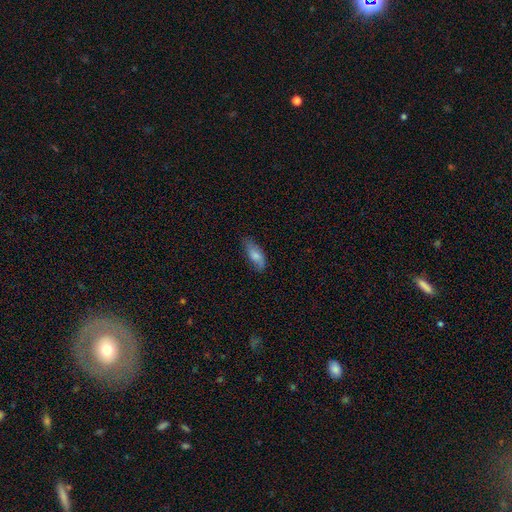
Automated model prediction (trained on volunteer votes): This is likely a smooth galaxy (71%). How rounded: likely in between (79%). Merging: likely none (65%).